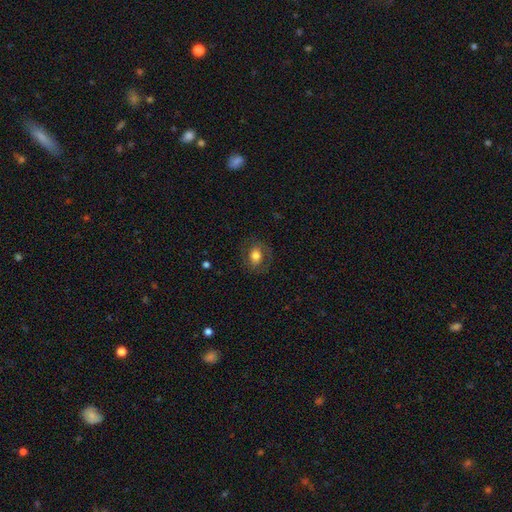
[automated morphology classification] A smooth galaxy with no disk features (63%) that is in between round and cigar-shaped (52%). Merging: none (76%).